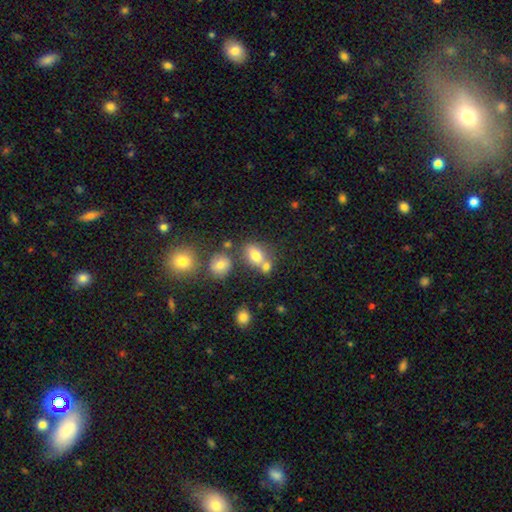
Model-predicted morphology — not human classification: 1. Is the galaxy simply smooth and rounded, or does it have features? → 75% smooth, 13% featured or disk, 12% star or artifact.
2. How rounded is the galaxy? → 70% in between, 28% round, 2% cigar-shaped.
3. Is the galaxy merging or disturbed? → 50% none, 32% merger, 13% minor disturbance, 5% major disturbance.